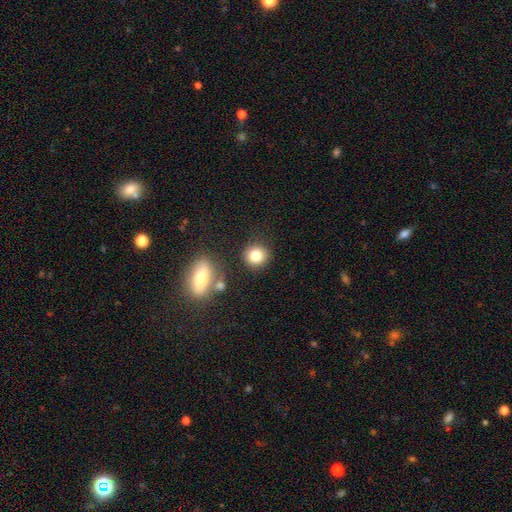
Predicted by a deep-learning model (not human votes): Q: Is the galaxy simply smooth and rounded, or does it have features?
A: smooth — 83%.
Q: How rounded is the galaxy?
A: round — 86%.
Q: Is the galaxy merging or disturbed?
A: none — 82%.